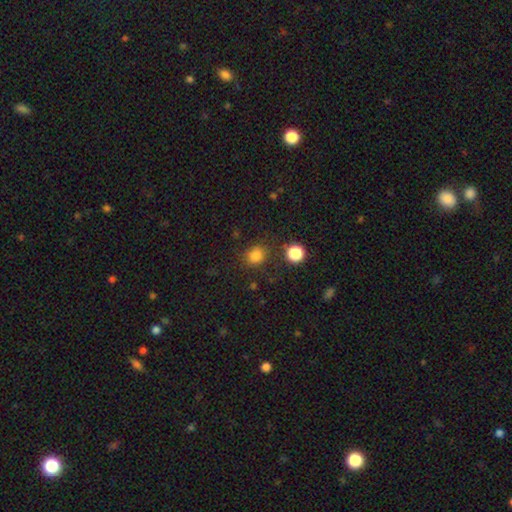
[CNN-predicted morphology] A smooth galaxy with no disk features (80%) that is round (76%).

Vote fractions:
- Smooth or featured? smooth: 80% / star or artifact: 14% / featured or disk: 5%
- How rounded? round: 76% / in between: 23% / cigar-shaped: 1%
- Merging? none: 79% / minor disturbance: 12% / major disturbance: 5% / merger: 4%